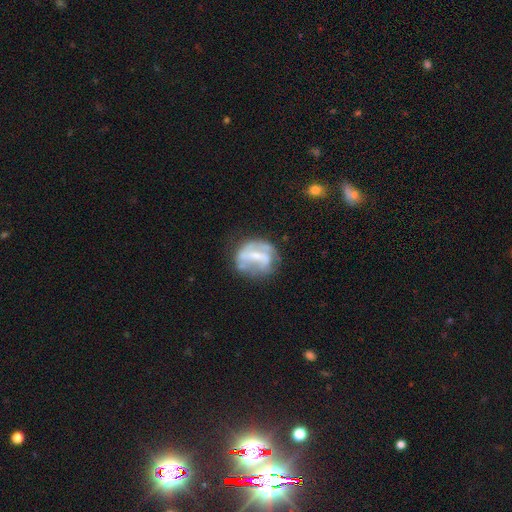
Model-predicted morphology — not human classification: featured or disk 67%, smooth 24%, star or artifact 8%. Down the decision tree: edge-on disk — no (97%); bar — weak (39%); spiral arms — yes (58%); bulge size — small (49%); merging — none (51%).